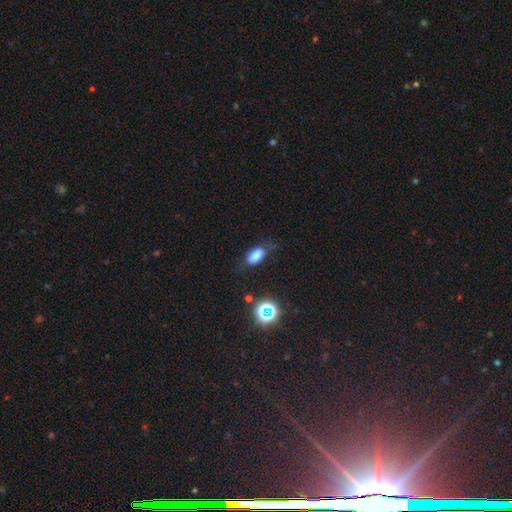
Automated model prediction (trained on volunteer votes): This appears to be a smooth galaxy with no disk features (74%) that is in between round and cigar-shaped (85%). Merging: none (67%).